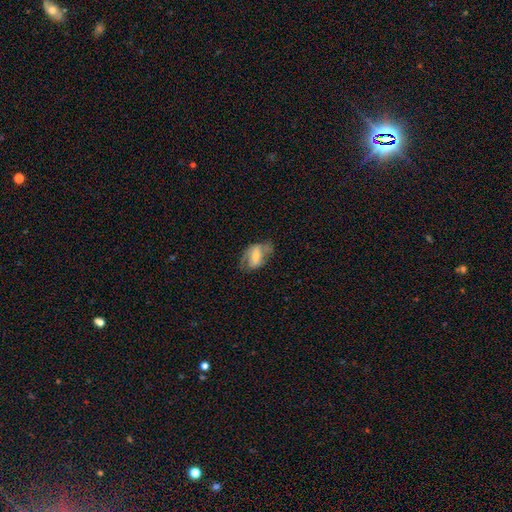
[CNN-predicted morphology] smooth_or_featured: featured or disk (p=0.54) [alt: smooth p=0.39]
disk_edge_on: no (p=0.92) [alt: yes p=0.08]
merging: none (p=0.51) [alt: minor disturbance p=0.28]